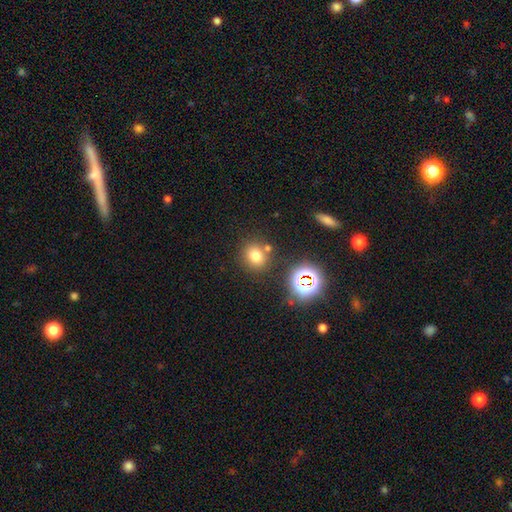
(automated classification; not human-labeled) The model was most divided on "how rounded": round: 75%, in between: 24%, cigar-shaped: 1%. More confident: merging — none (74%); smooth or featured — smooth (72%).